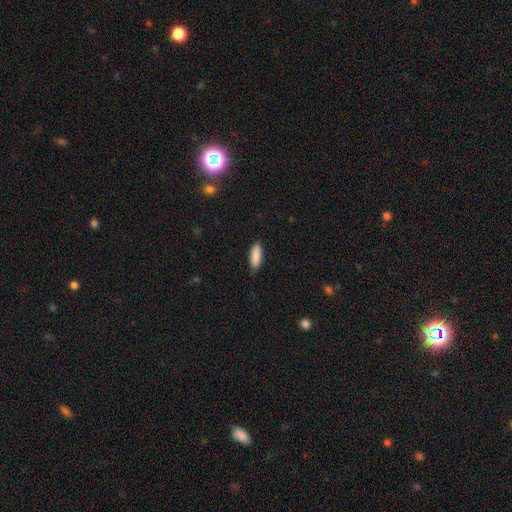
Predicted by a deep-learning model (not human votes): This appears to be a smooth galaxy with no disk features (89%) that is in between round and cigar-shaped (66%). Merging: none (86%).